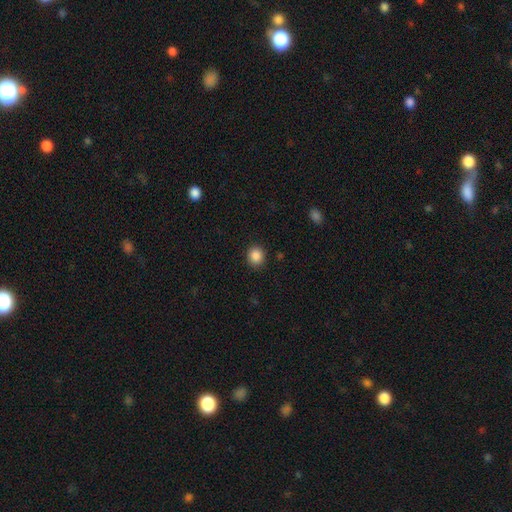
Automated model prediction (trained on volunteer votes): This is clearly a smooth galaxy (87%). How rounded: clearly round (83%). Merging: clearly none (90%).